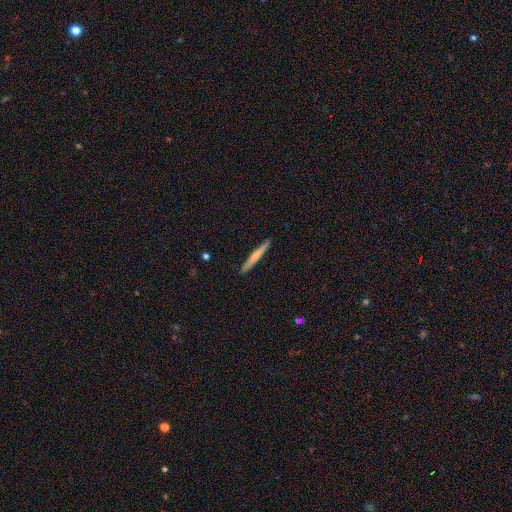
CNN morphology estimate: Smooth or featured? smooth (58%)
How rounded? cigar-shaped (96%)
Merging? none (91%)